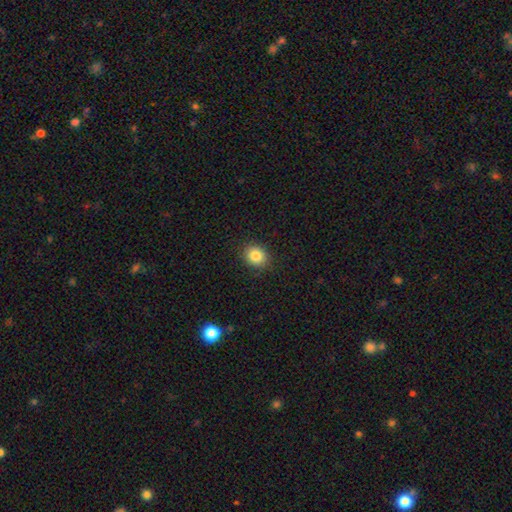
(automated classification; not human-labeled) smooth-or-featured: smooth: 84% | star or artifact: 10% | featured or disk: 6%
  how-rounded: round: 67% | in between: 32% | cigar-shaped: 1%
  merging: none: 89% | minor disturbance: 8% | major disturbance: 2% | merger: 1%